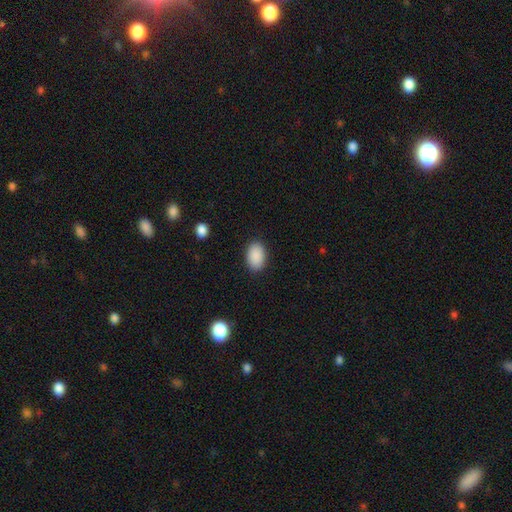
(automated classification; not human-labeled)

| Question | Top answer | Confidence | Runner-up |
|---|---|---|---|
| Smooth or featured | smooth | 90% | star or artifact (7%) |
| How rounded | in between | 88% | round (10%) |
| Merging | none | 88% | minor disturbance (8%) |